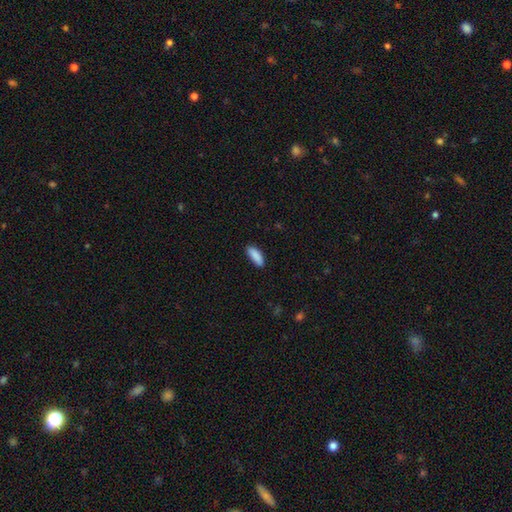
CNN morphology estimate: Smooth or featured? Predicted: smooth (p=0.89). How rounded? Predicted: in between (p=0.66). Merging? Predicted: none (p=0.83).